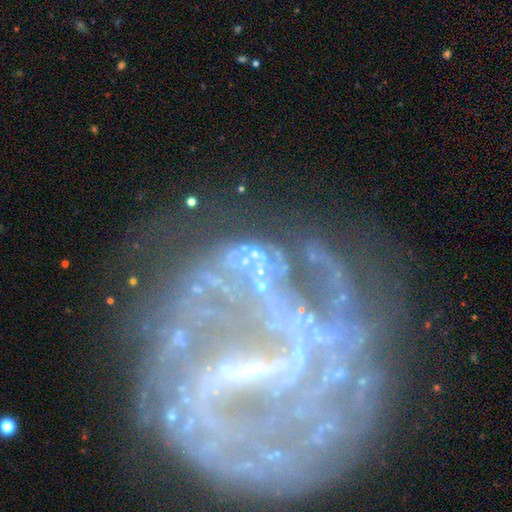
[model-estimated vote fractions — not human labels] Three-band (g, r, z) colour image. It shows a featured or disk galaxy (54%) with no bar (83%), no spiral arms (68%) and no central bulge (56%). Merging: merger (37%).